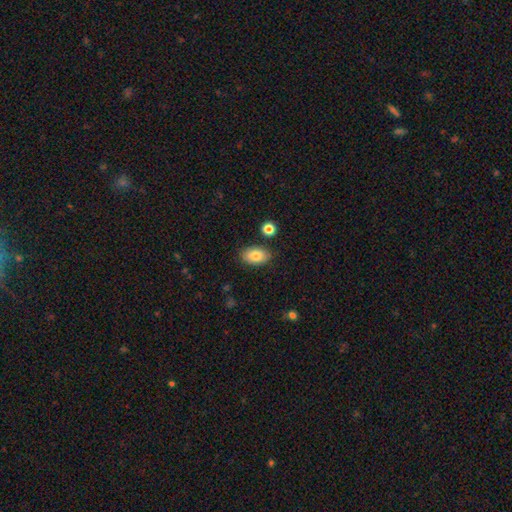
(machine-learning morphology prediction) Smooth or featured? smooth (84%)
How rounded? in between (90%)
Merging? none (84%)